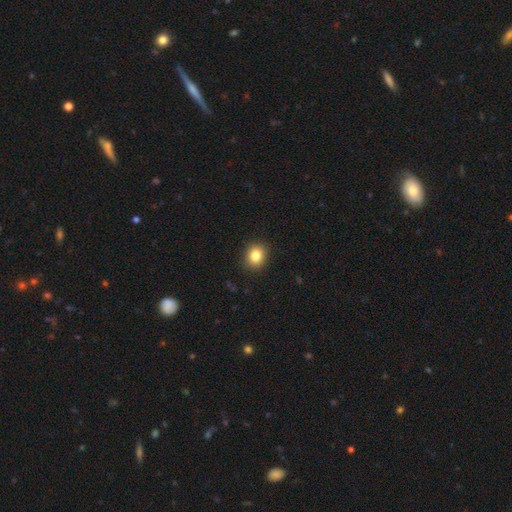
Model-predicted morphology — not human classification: type=smooth (83%); roundness=round (72%); merging=none (90%).